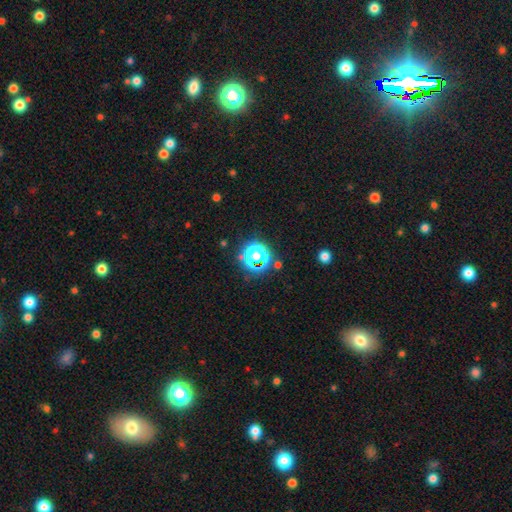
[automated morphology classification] type=star or artifact (45%).